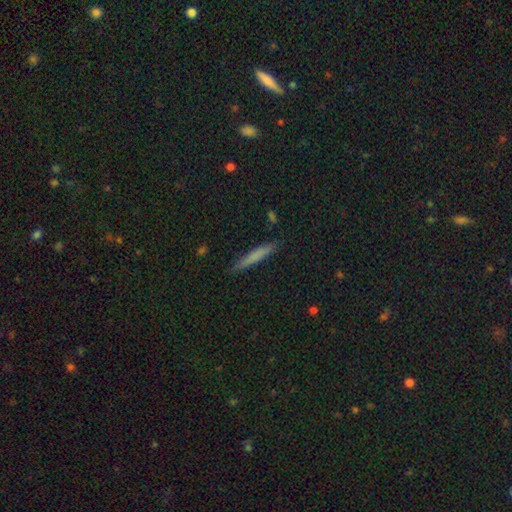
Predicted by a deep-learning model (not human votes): Smooth or featured? Predicted: smooth (p=0.70). How rounded? Predicted: cigar-shaped (p=0.95). Merging? Predicted: none (p=0.87).